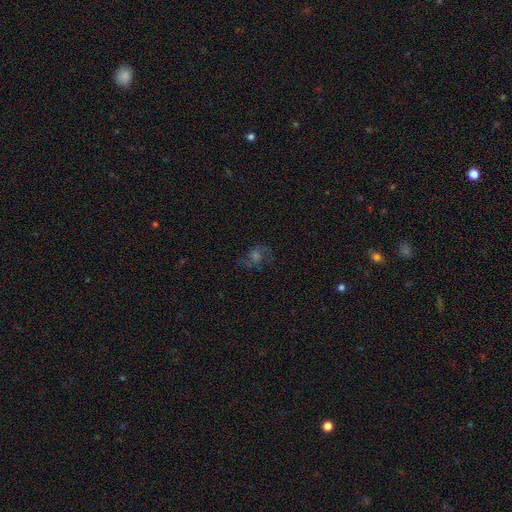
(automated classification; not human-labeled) Smooth or featured?
  - featured or disk: 50% *
  - star or artifact: 26%
  - smooth: 24%
Edge-on disk?
  - no: 95% *
  - yes: 5%
Merging?
  - none: 70% *
  - minor disturbance: 16%
  - major disturbance: 12%
  - merger: 2%